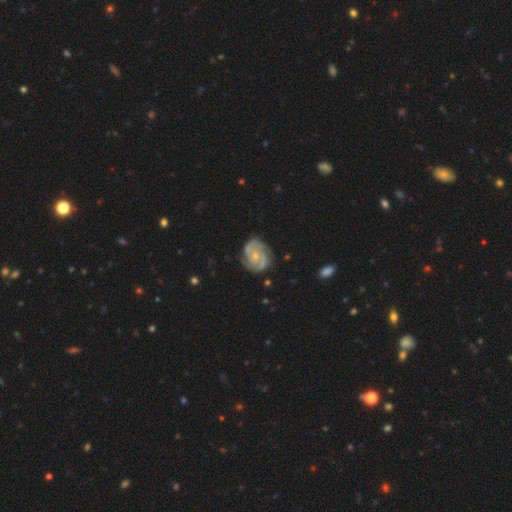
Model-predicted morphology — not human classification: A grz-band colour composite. It shows a featured or disk galaxy (88%) with no bar (66%), 2 (51%) tight (53%) spiral arms (97%) and a small central bulge (63%). Merging: none (75%).